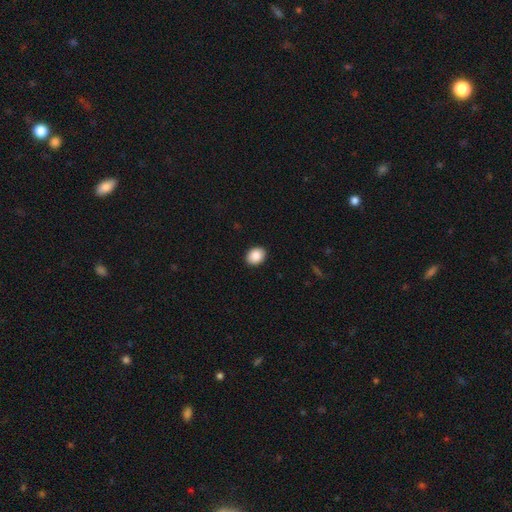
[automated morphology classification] A smooth galaxy with no disk features (89%) that is in between round and cigar-shaped (57%).

Vote fractions:
- Smooth or featured? smooth: 89% / star or artifact: 8% / featured or disk: 4%
- How rounded? in between: 57% / round: 43% / cigar-shaped: 1%
- Merging? none: 91% / minor disturbance: 6% / major disturbance: 2% / merger: 1%